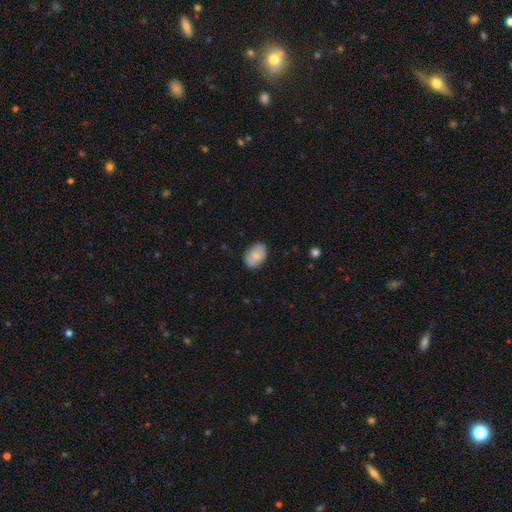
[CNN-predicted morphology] smooth_or_featured: smooth (p=0.78) [alt: featured or disk p=0.15]
how_rounded: in between (p=0.85) [alt: round p=0.14]
merging: none (p=0.83) [alt: minor disturbance p=0.14]